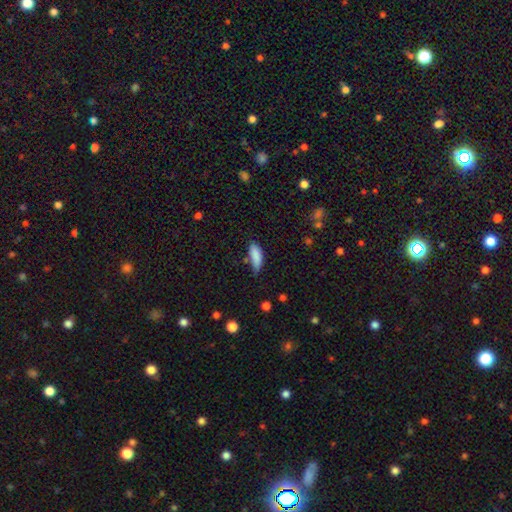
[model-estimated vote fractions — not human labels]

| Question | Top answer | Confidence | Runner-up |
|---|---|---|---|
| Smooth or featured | smooth | 85% | star or artifact (8%) |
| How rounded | in between | 70% | cigar-shaped (27%) |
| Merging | none | 43% | minor disturbance (41%) |